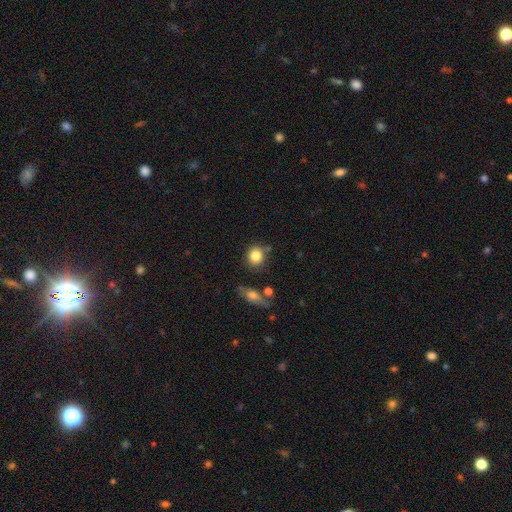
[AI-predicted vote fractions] Q: Smooth or featured?
A: smooth (84%); runner-up: star or artifact (9%)
Q: How rounded?
A: round (81%); runner-up: in between (17%)
Q: Merging?
A: none (72%); runner-up: minor disturbance (16%)